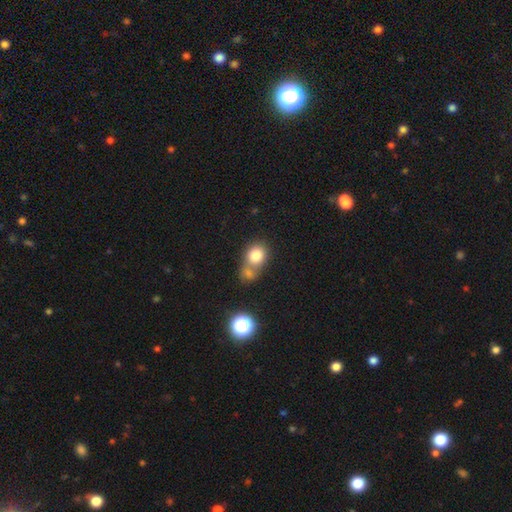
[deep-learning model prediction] Q: Smooth or featured?
A: smooth (79%); runner-up: star or artifact (11%)
Q: How rounded?
A: round (66%); runner-up: in between (33%)
Q: Merging?
A: merger (51%); runner-up: none (35%)